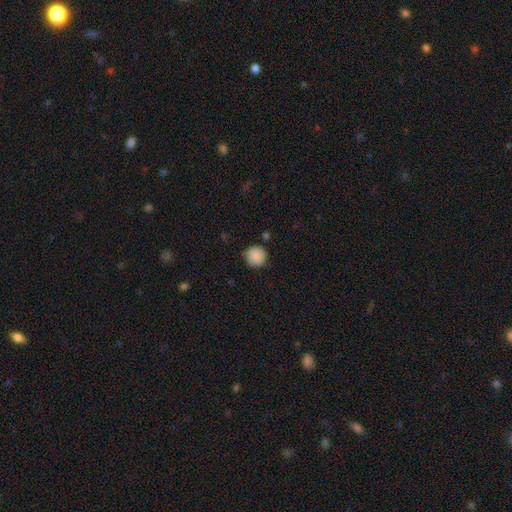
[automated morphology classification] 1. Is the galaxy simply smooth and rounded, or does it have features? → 87% smooth, 8% star or artifact, 5% featured or disk.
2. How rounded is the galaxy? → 91% round, 8% in between, 1% cigar-shaped.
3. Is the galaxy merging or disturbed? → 77% none, 17% minor disturbance, 3% major disturbance, 2% merger.